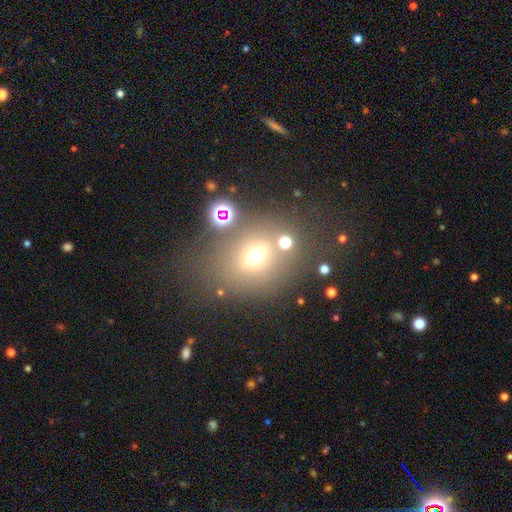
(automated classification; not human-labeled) A smooth galaxy with no disk features (57%) that is in between round and cigar-shaped (55%).

Vote fractions:
- Smooth or featured? smooth: 57% / star or artifact: 24% / featured or disk: 19%
- How rounded? in between: 55% / round: 43% / cigar-shaped: 3%
- Merging? none: 64% / merger: 14% / minor disturbance: 13% / major disturbance: 9%